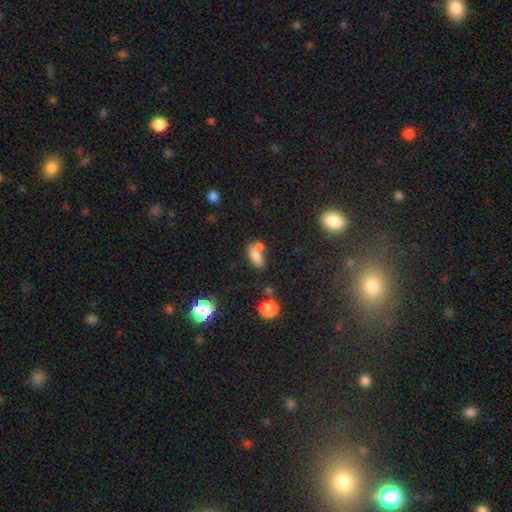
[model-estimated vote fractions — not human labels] This is likely a smooth galaxy (73%). How rounded: clearly in between (84%). Merging: marginally merger (45%).